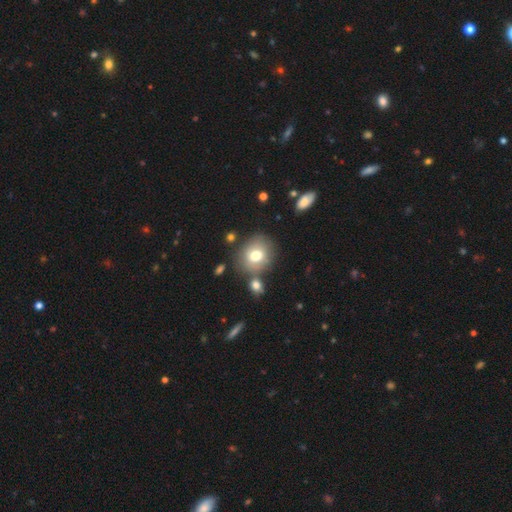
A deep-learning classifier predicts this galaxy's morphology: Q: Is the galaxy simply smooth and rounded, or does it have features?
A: smooth — 72%.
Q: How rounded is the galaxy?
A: round — 75%.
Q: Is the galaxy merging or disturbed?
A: none — 69%.